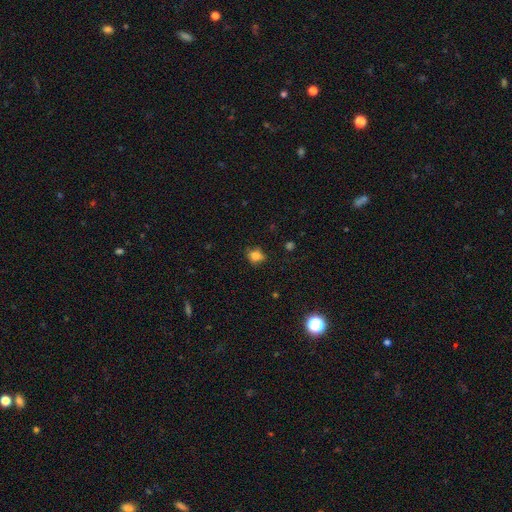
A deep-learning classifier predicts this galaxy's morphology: A smooth galaxy with no disk features (80%) that is round (63%).

Vote fractions:
- Smooth or featured? smooth: 80% / star or artifact: 13% / featured or disk: 7%
- How rounded? round: 63% / in between: 36% / cigar-shaped: 1%
- Merging? none: 70% / minor disturbance: 23% / major disturbance: 5% / merger: 2%